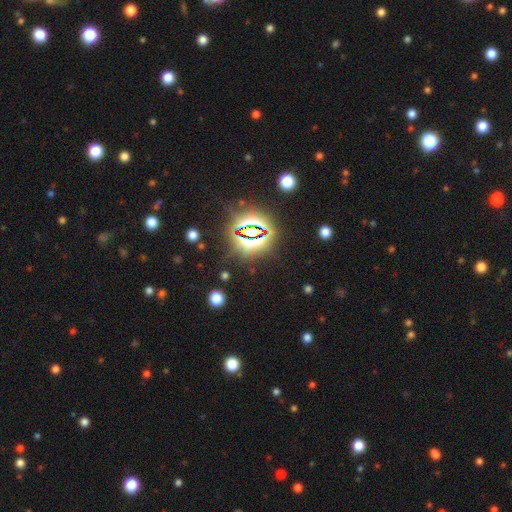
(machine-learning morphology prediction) A star or artifact, not a galaxy (82%).